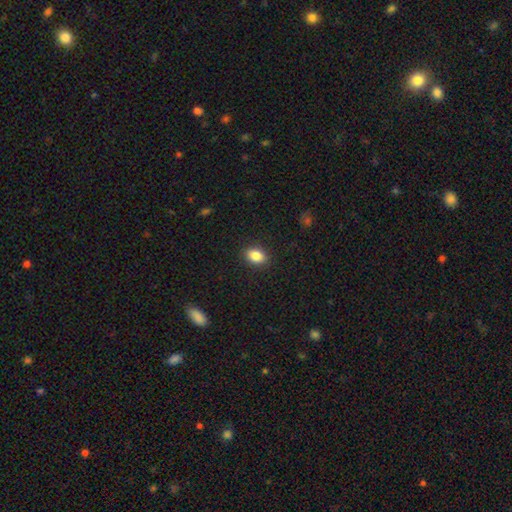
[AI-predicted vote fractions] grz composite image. It shows a smooth galaxy with no disk features (86%) that is in between round and cigar-shaped (76%). Merging: none (89%).